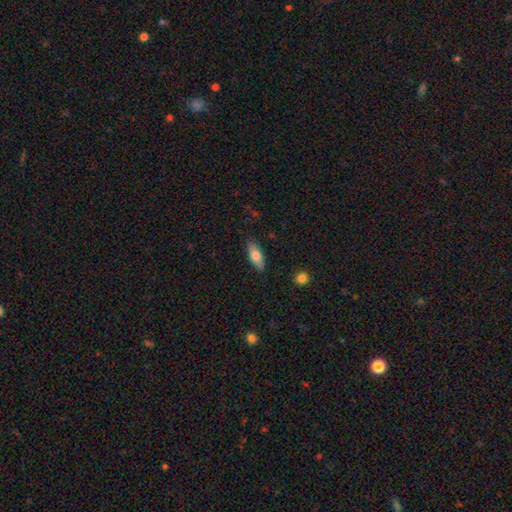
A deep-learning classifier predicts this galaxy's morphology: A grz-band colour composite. It shows a smooth galaxy with no disk features (75%) that is in between round and cigar-shaped (73%). Merging: none (85%).